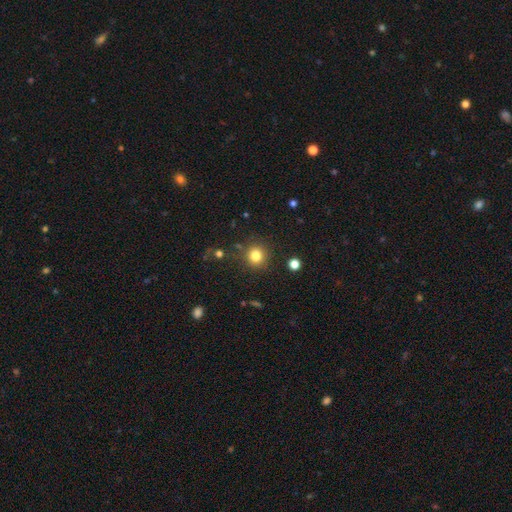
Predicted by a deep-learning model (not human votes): A smooth galaxy with no disk features (81%) that is round (92%).

Vote fractions:
- Smooth or featured? smooth: 81% / star or artifact: 13% / featured or disk: 6%
- How rounded? round: 92% / in between: 7% / cigar-shaped: 1%
- Merging? none: 87% / minor disturbance: 8% / major disturbance: 3% / merger: 3%